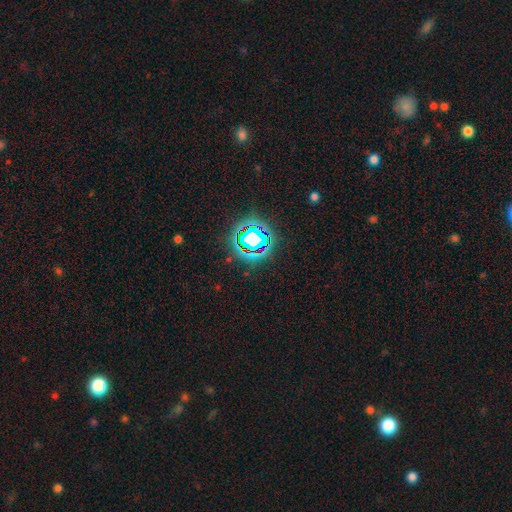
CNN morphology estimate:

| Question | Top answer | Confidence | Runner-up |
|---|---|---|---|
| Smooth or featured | star or artifact | 80% | smooth (13%) |